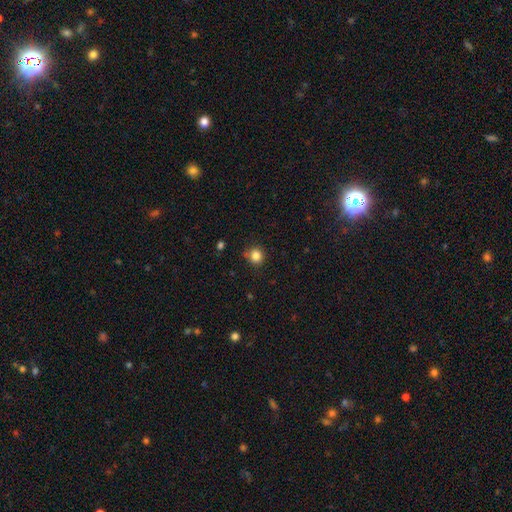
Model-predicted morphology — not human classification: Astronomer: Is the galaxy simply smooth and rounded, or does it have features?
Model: smooth — 84%.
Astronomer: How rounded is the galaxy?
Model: round — 89%.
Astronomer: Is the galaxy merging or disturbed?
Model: none — 78%.